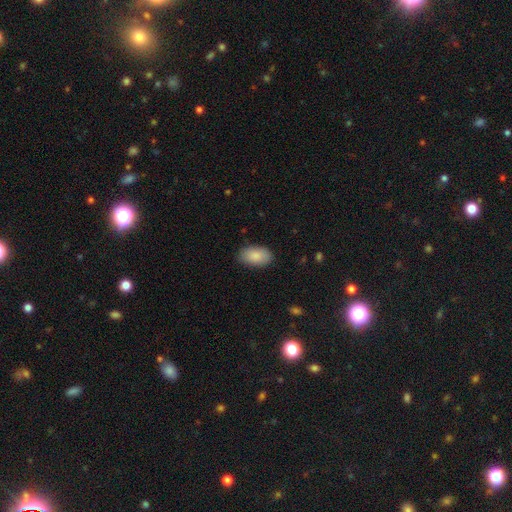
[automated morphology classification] The model was most divided on "merging": none: 85%, minor disturbance: 12%, major disturbance: 3%, merger: 1%. More confident: how rounded — in between (94%); smooth or featured — smooth (88%).